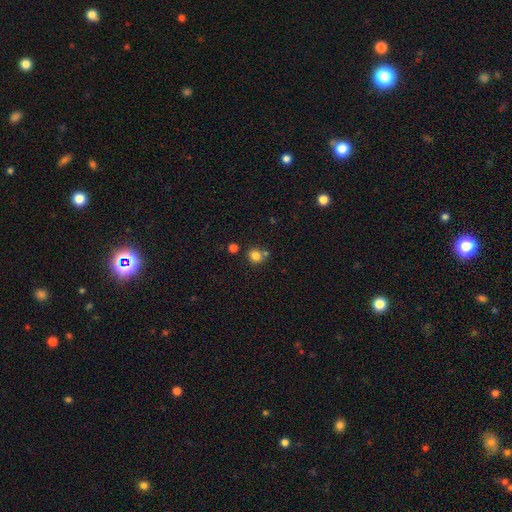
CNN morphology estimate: A smooth galaxy with no disk features (81%) that is round (85%).

Vote fractions:
- Smooth or featured? smooth: 81% / star or artifact: 13% / featured or disk: 6%
- How rounded? round: 85% / in between: 14% / cigar-shaped: 1%
- Merging? none: 69% / merger: 18% / minor disturbance: 10% / major disturbance: 3%